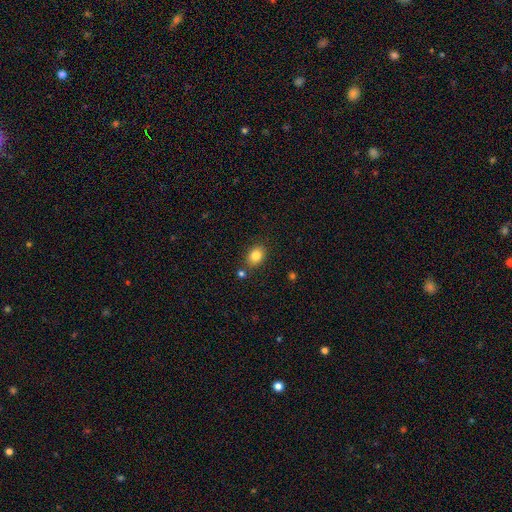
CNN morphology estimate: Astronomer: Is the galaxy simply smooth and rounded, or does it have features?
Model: smooth — 83%.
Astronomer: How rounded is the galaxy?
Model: in between — 58% (runner-up: round, 41%).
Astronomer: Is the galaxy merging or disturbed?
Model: none — 79%.